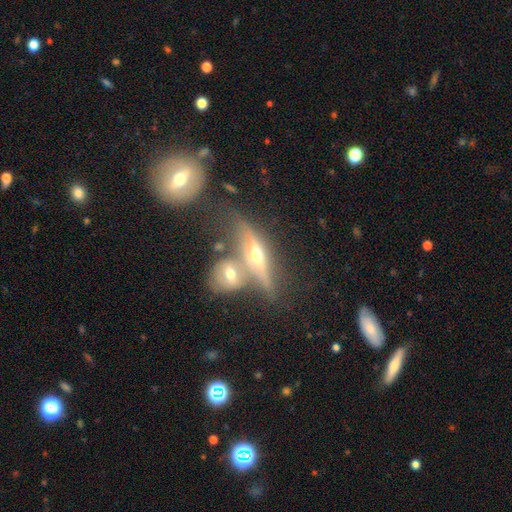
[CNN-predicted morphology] smooth_or_featured: featured or disk (p=0.68) [alt: smooth p=0.23]
disk_edge_on: yes (p=0.82) [alt: no p=0.18]
edge_on_bulge: rounded (p=0.89) [alt: boxy p=0.06]
merging: merger (p=0.43) [alt: none p=0.38]